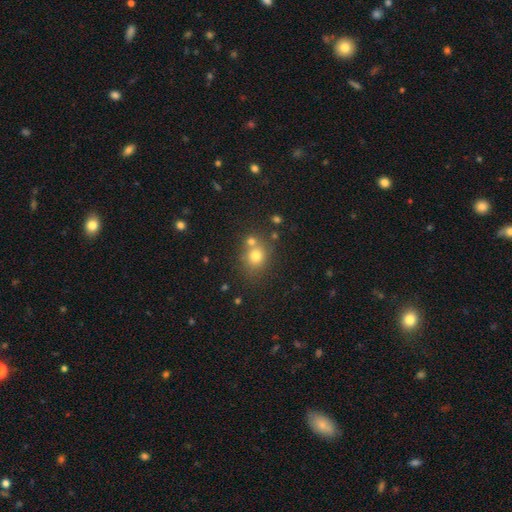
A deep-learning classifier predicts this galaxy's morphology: This appears to be a smooth galaxy with no disk features (74%) that is round (76%). Merging: none (61%).